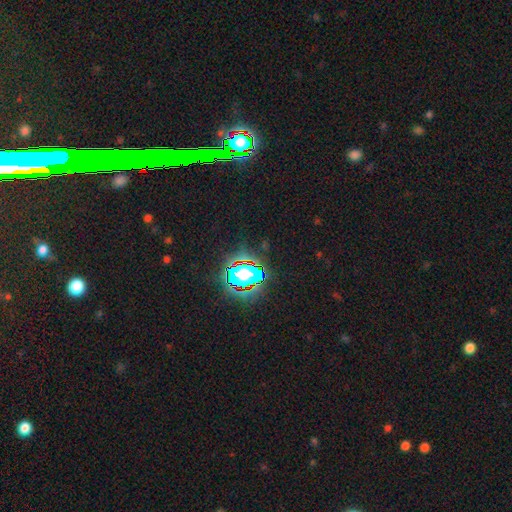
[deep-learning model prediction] smooth-or-featured: star or artifact: 82% | smooth: 9% | featured or disk: 9%